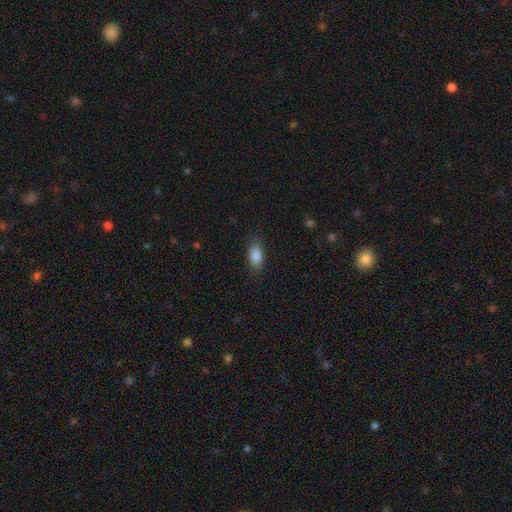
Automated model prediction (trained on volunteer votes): smooth_or_featured: smooth (p=0.85) [alt: star or artifact p=0.08]
how_rounded: in between (p=0.87) [alt: cigar-shaped p=0.08]
merging: none (p=0.82) [alt: minor disturbance p=0.13]